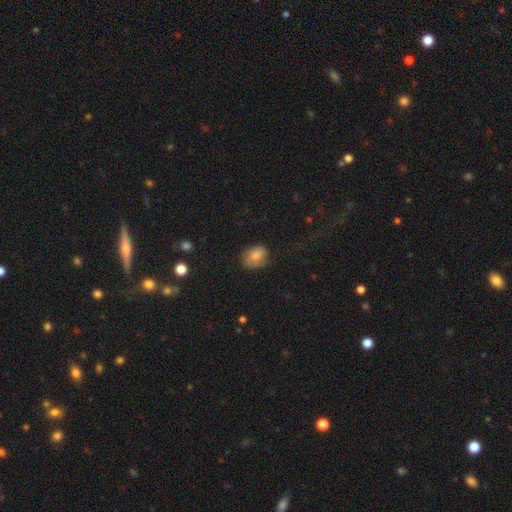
A smooth galaxy with no disk features (66%) that is round (52%). Merging: none (61%).